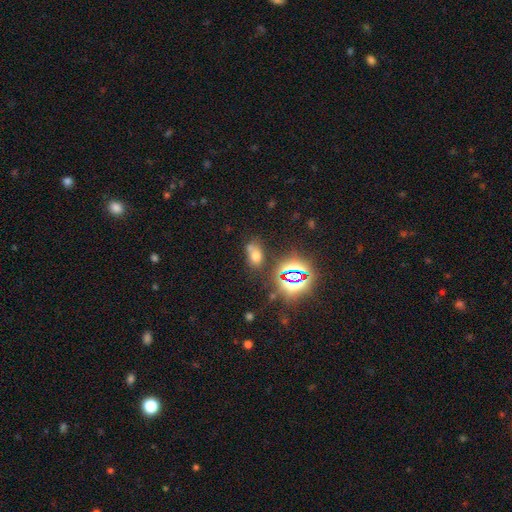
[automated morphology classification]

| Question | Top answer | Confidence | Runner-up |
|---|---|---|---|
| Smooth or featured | smooth | 58% | star or artifact (30%) |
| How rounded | in between | 71% | round (26%) |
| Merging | none | 49% | merger (27%) |